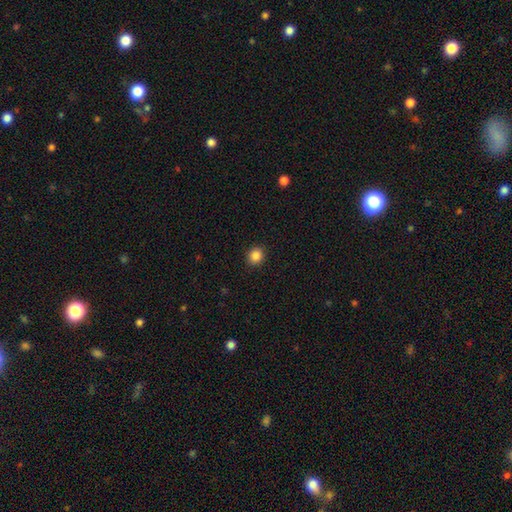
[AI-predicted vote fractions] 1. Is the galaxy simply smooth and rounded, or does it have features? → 86% smooth, 10% star or artifact, 3% featured or disk.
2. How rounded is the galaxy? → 79% round, 20% in between, 1% cigar-shaped.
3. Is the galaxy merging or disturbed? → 91% none, 6% minor disturbance, 2% major disturbance, 1% merger.